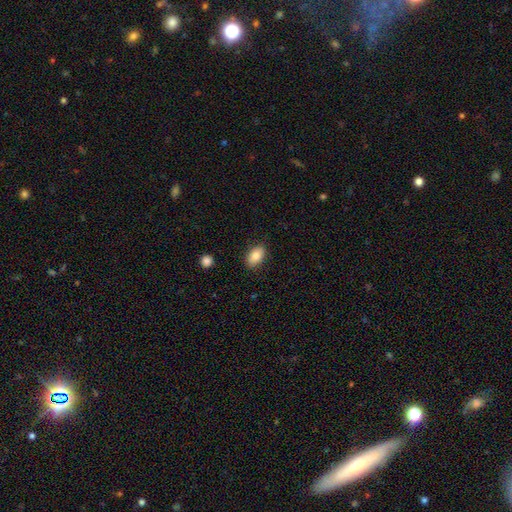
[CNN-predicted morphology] A smooth galaxy with no disk features (82%) that is in between round and cigar-shaped (90%). Merging: none (86%).